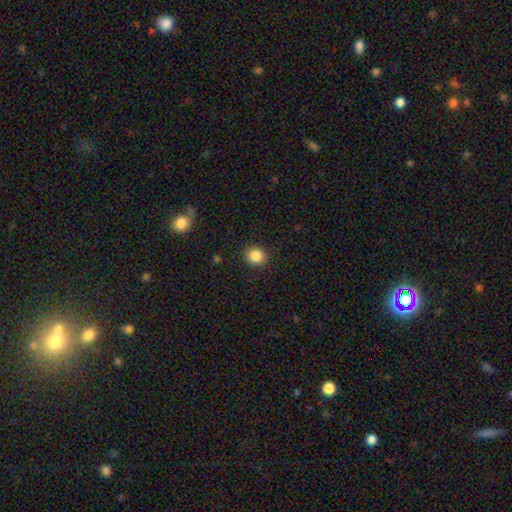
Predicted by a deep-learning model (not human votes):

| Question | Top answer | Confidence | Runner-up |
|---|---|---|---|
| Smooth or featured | smooth | 86% | star or artifact (10%) |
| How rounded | round | 85% | in between (14%) |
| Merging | none | 89% | minor disturbance (7%) |